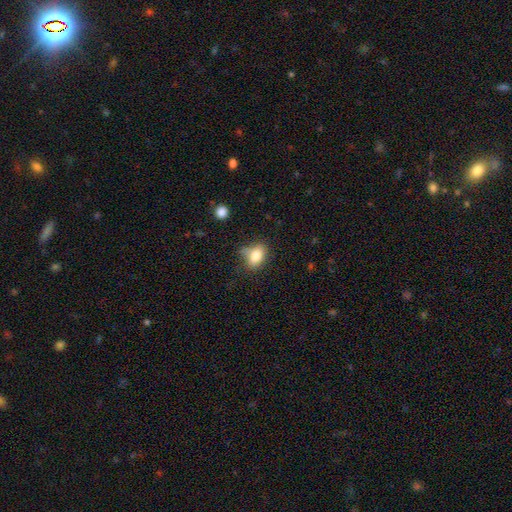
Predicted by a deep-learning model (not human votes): A smooth galaxy with no disk features (80%) that is in between round and cigar-shaped (77%). Merging: none (54%).